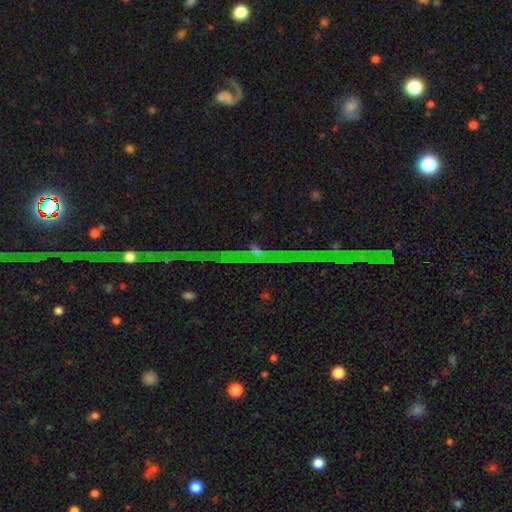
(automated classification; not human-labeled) smooth_or_featured: star or artifact (p=0.78) [alt: featured or disk p=0.13]